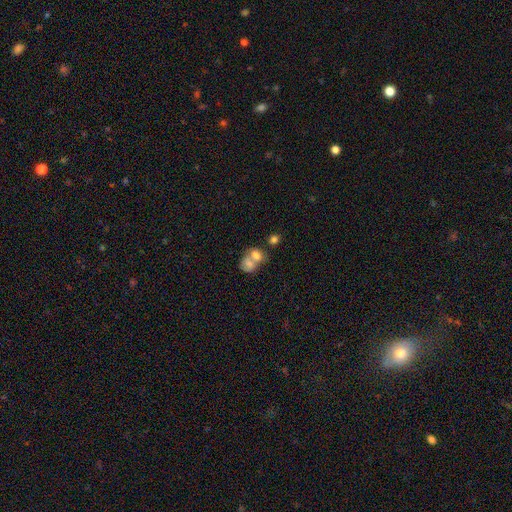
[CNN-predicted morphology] type=smooth (71%); roundness=in between (52%); merging=merger (66%).